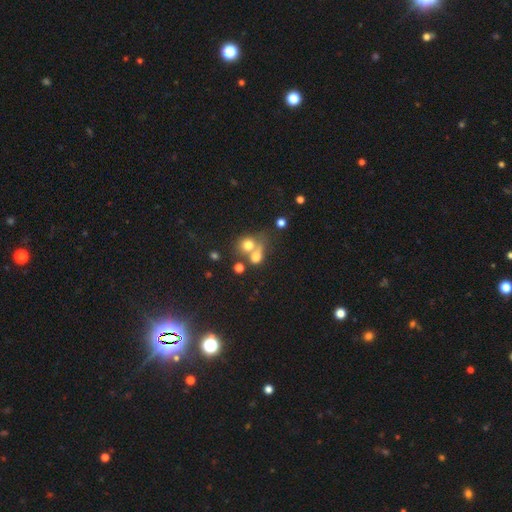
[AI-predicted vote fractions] A smooth galaxy with no disk features (70%) that is round (65%).

Vote fractions:
- Smooth or featured? smooth: 70% / featured or disk: 16% / star or artifact: 15%
- How rounded? round: 65% / in between: 33% / cigar-shaped: 2%
- Merging? merger: 54% / none: 31% / minor disturbance: 9% / major disturbance: 7%